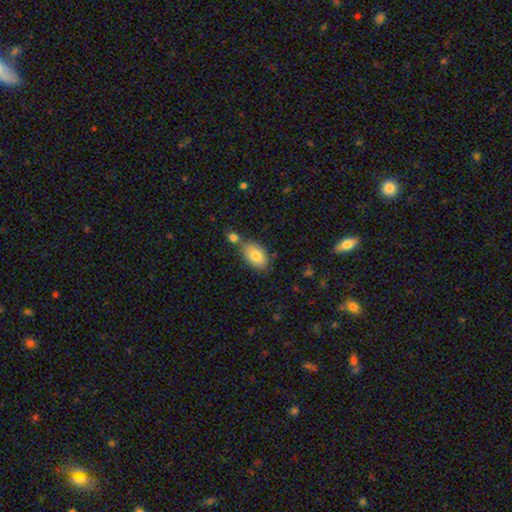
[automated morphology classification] This is likely a smooth galaxy (80%). How rounded: clearly in between (90%). Merging: likely none (62%).